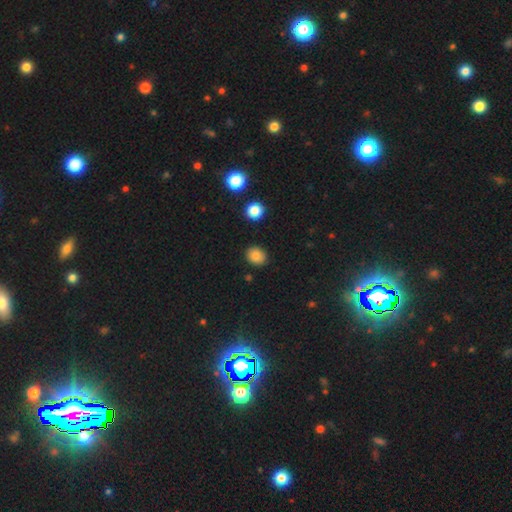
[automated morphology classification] Smooth or featured?
  - smooth: 84% *
  - star or artifact: 11%
  - featured or disk: 5%
How rounded?
  - round: 58% *
  - in between: 41%
  - cigar-shaped: 1%
Merging?
  - none: 88% *
  - minor disturbance: 8%
  - major disturbance: 2%
  - merger: 2%